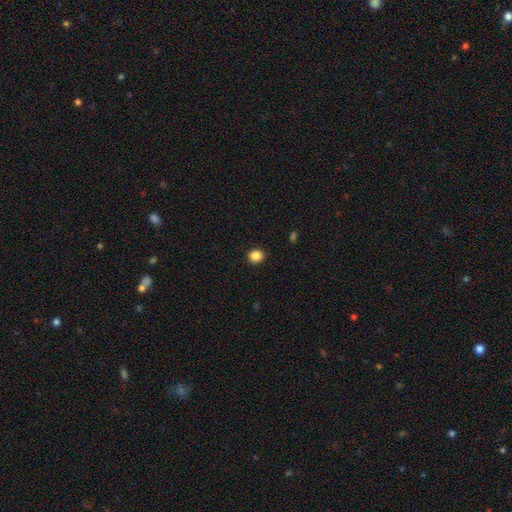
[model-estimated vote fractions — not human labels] smooth 87%, star or artifact 10%, featured or disk 3%. Down the decision tree: how rounded — round (75%); merging — none (91%).